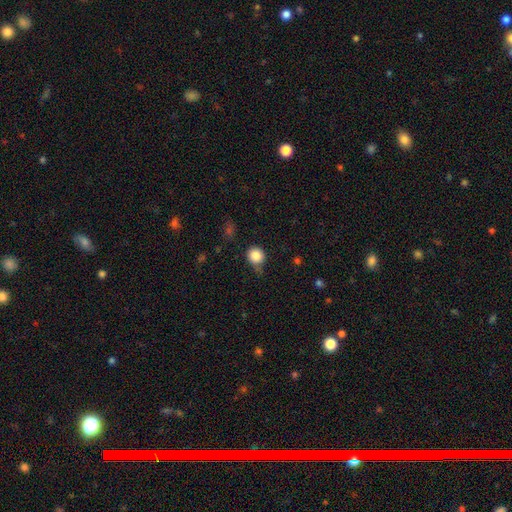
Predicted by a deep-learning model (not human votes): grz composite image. It shows a smooth galaxy with no disk features (85%) that is round (89%). Merging: none (64%).